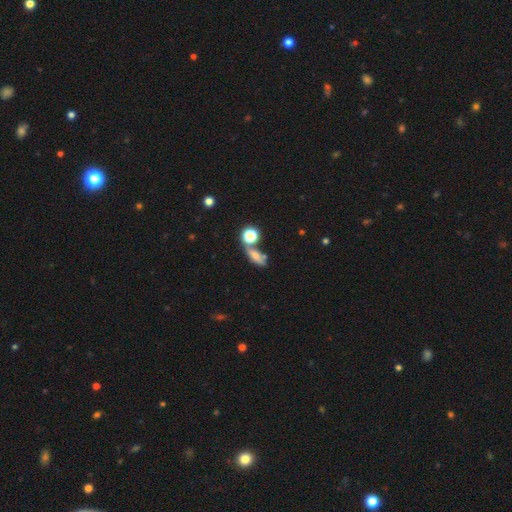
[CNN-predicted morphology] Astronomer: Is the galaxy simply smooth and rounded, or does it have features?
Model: smooth — 61%.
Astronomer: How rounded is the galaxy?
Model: in between — 53%.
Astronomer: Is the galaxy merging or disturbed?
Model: none — 46% (runner-up: merger, 27%).